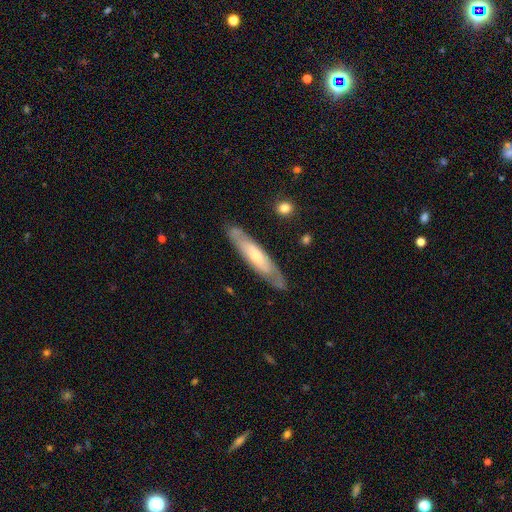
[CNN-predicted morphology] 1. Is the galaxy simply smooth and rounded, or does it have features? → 53% featured or disk, 42% smooth, 5% star or artifact.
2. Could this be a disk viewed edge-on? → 53% yes, 47% no.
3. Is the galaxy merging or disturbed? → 82% none, 13% minor disturbance, 3% major disturbance, 2% merger.